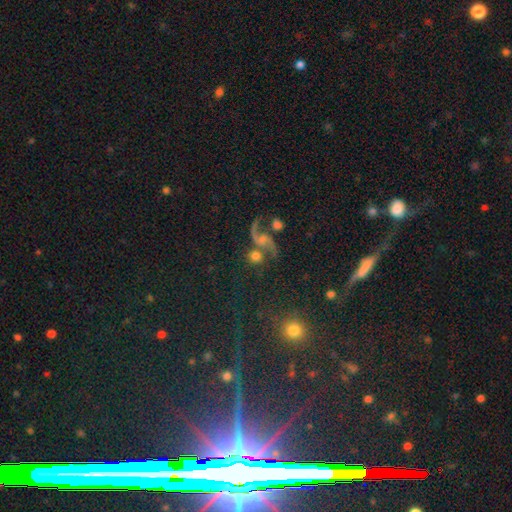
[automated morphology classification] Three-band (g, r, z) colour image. It shows a star or artifact, not a galaxy (62%).